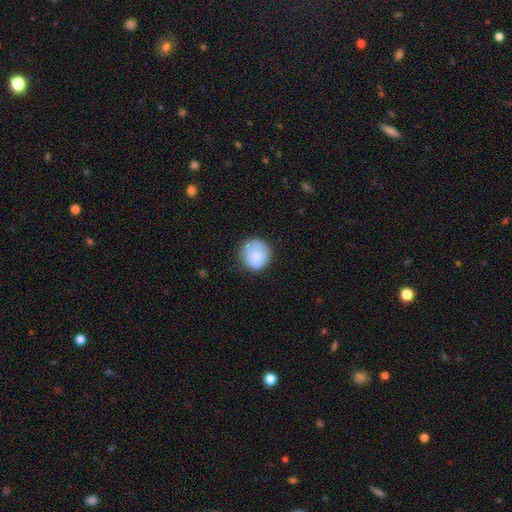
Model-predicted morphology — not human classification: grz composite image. It shows a smooth galaxy with no disk features (78%) that is round (89%). Merging: none (69%).